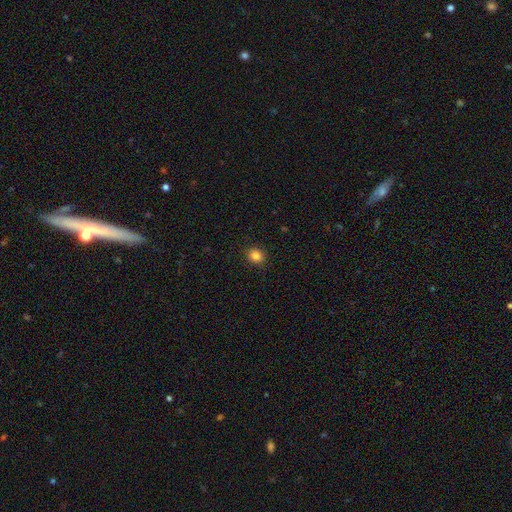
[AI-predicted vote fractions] smooth-or-featured: smooth: 84% | star or artifact: 11% | featured or disk: 4%
  how-rounded: round: 75% | in between: 24% | cigar-shaped: 1%
  merging: none: 91% | minor disturbance: 6% | major disturbance: 2% | merger: 1%